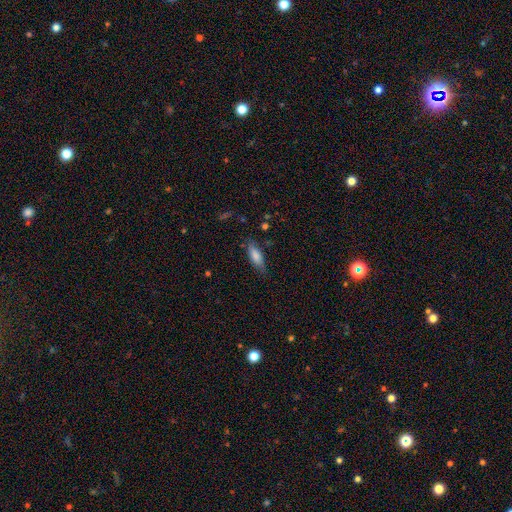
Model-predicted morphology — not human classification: smooth-or-featured: smooth: 78% | featured or disk: 16% | star or artifact: 7%
  how-rounded: in between: 58% | cigar-shaped: 40% | round: 2%
  merging: none: 75% | minor disturbance: 19% | major disturbance: 4% | merger: 2%